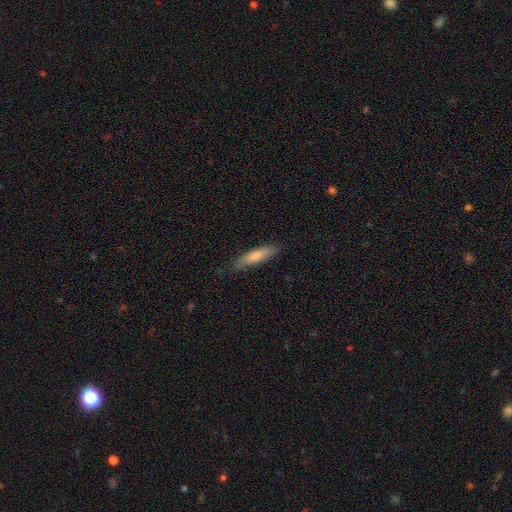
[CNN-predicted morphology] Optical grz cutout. It shows a smooth galaxy with no disk features (70%) that is cigar-shaped (82%). Merging: none (82%).